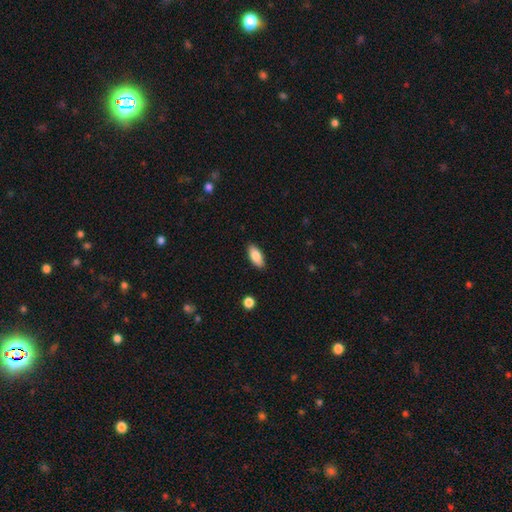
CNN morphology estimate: Overall: smooth (83%). How rounded: in between (84%). Merging: none (88%).